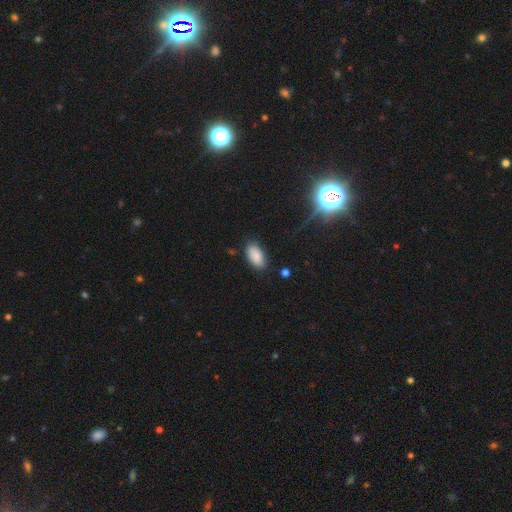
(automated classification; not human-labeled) Smooth or featured: smooth — 86% (star or artifact — 9%)
How rounded: in between — 94% (round — 3%)
Merging: none — 82% (minor disturbance — 13%)